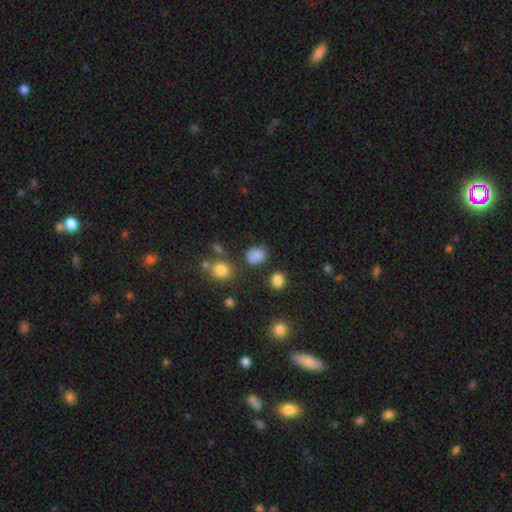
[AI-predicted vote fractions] A smooth galaxy with no disk features (80%) that is round (60%).

Vote fractions:
- Smooth or featured? smooth: 80% / star or artifact: 14% / featured or disk: 6%
- How rounded? round: 60% / in between: 39% / cigar-shaped: 1%
- Merging? none: 72% / minor disturbance: 17% / merger: 6% / major disturbance: 6%